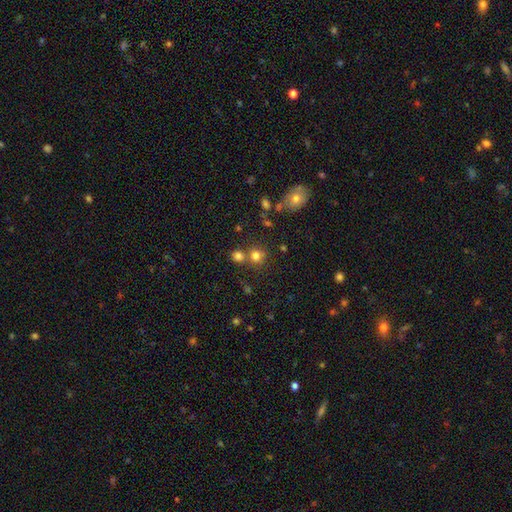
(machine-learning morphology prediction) A smooth galaxy with no disk features (75%) that is round (85%).

Vote fractions:
- Smooth or featured? smooth: 75% / star or artifact: 17% / featured or disk: 8%
- How rounded? round: 85% / in between: 14% / cigar-shaped: 1%
- Merging? none: 58% / merger: 30% / minor disturbance: 8% / major disturbance: 4%